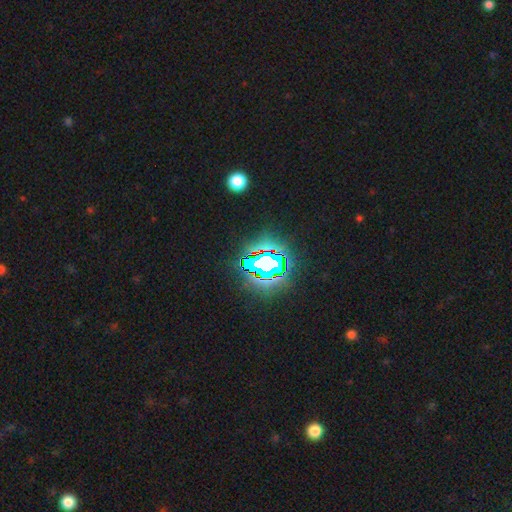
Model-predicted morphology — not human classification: Overall: star or artifact (73%).